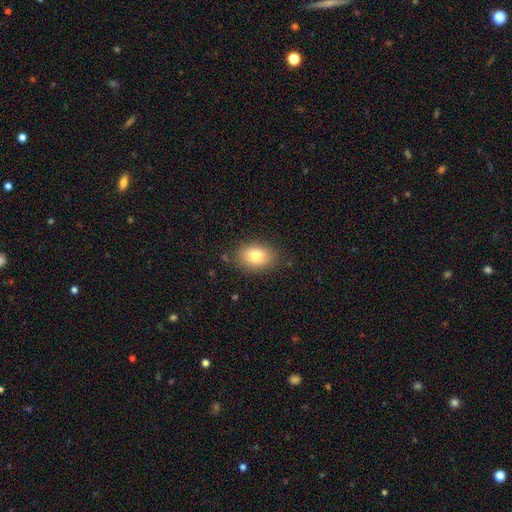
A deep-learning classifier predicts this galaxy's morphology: smooth-or-featured: smooth: 80% | featured or disk: 12% | star or artifact: 9%
  how-rounded: in between: 71% | round: 28% | cigar-shaped: 1%
  merging: none: 83% | minor disturbance: 13% | major disturbance: 3% | merger: 1%